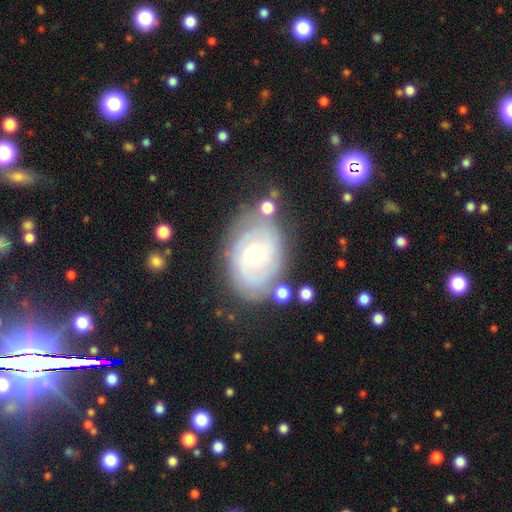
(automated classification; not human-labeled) Smooth or featured?
  - featured or disk: 75% *
  - smooth: 18%
  - star or artifact: 7%
Edge-on disk?
  - no: 96% *
  - yes: 4%
Bar?
  - no: 71% *
  - weak: 24%
  - strong: 4%
Spiral arms?
  - yes: 87% *
  - no: 13%
Spiral winding?
  - tight: 68% *
  - medium: 25%
  - loose: 7%
Spiral arm count?
  - can't tell: 39% *
  - 2: 37%
  - 3: 11%
  - 4: 5%
  - 1: 4%
  - more than 4: 3%
Bulge size?
  - small: 57% *
  - moderate: 39%
  - large: 2%
  - none: 1%
  - dominant: 1%
Merging?
  - none: 69% *
  - minor disturbance: 19%
  - major disturbance: 8%
  - merger: 4%